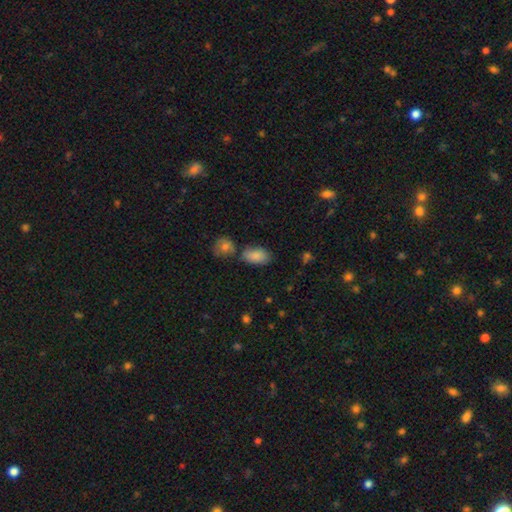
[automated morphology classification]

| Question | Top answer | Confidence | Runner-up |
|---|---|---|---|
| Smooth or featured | smooth | 86% | star or artifact (8%) |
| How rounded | in between | 93% | round (5%) |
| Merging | none | 62% | minor disturbance (20%) |